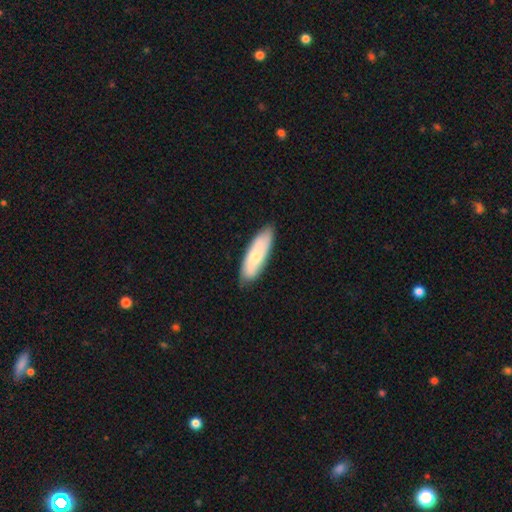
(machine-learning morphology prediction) smooth_or_featured: smooth (p=0.68) [alt: featured or disk p=0.26]
how_rounded: in between (p=0.53) [alt: cigar-shaped p=0.45]
merging: none (p=0.82) [alt: minor disturbance p=0.14]